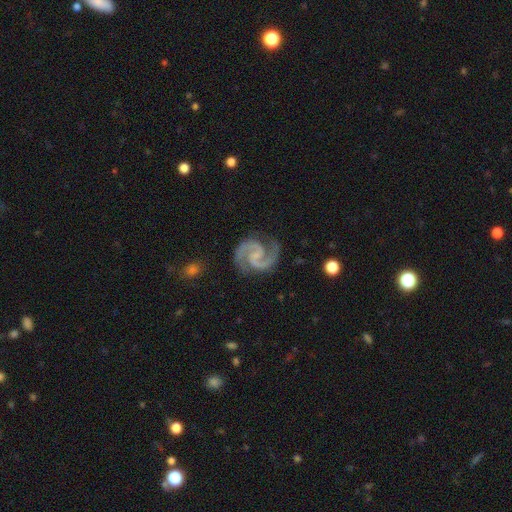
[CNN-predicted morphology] Overall: featured or disk (94%). Edge-on disk: no (99%). Bar: no (43%; weak 42%). Spiral arms: yes (99%). Spiral arm count: 2 (95%). Spiral winding: medium (65%; tight 25%). Bulge size: small (47%; none 40%). Merging: none (84%).